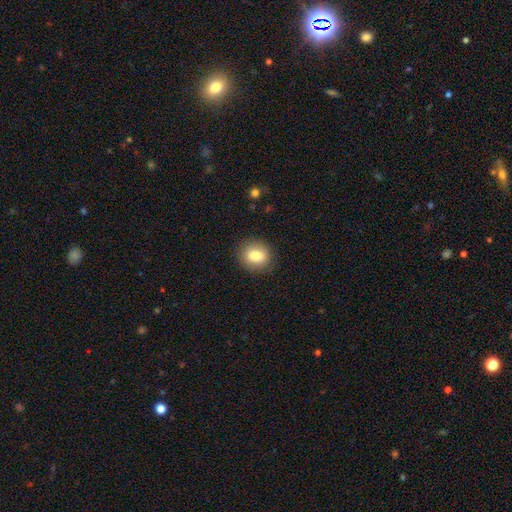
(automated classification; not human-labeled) Smooth or featured: smooth — 80% (featured or disk — 12%)
How rounded: round — 65% (in between — 34%)
Merging: none — 87% (minor disturbance — 9%)